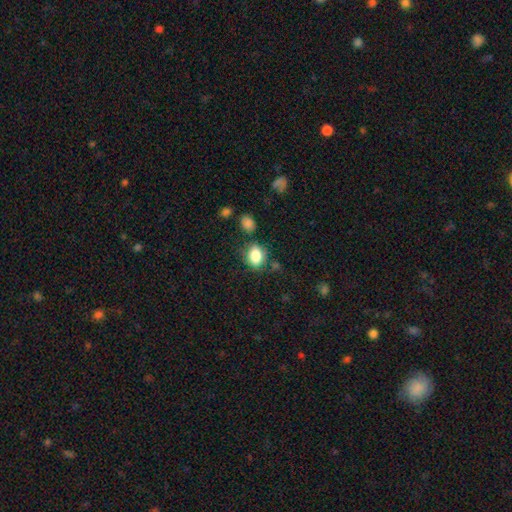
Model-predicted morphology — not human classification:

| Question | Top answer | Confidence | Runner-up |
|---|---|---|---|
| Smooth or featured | smooth | 83% | star or artifact (10%) |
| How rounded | in between | 67% | round (32%) |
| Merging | none | 69% | minor disturbance (20%) |